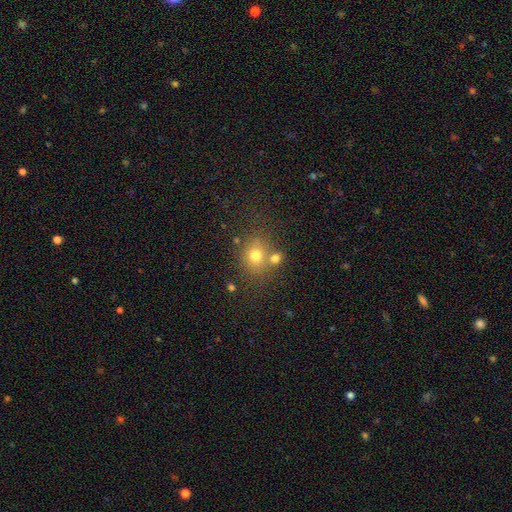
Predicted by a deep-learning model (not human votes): The model was most divided on "merging": none: 61%, merger: 22%, minor disturbance: 12%, major disturbance: 5%. More confident: how rounded — round (78%); smooth or featured — smooth (72%).